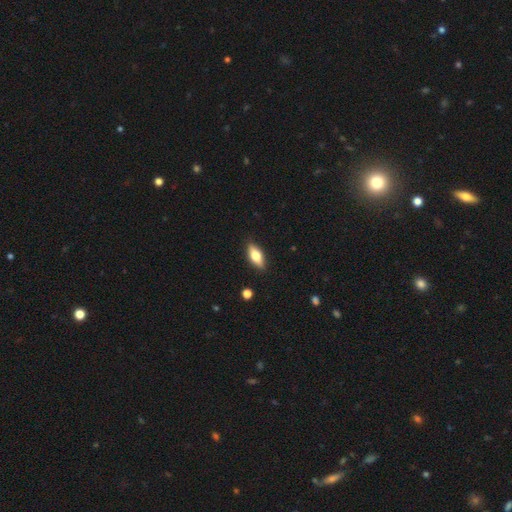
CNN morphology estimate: The model was most divided on "smooth or featured": smooth: 64%, featured or disk: 29%, star or artifact: 7%. More confident: merging — none (88%); how rounded — in between (76%).